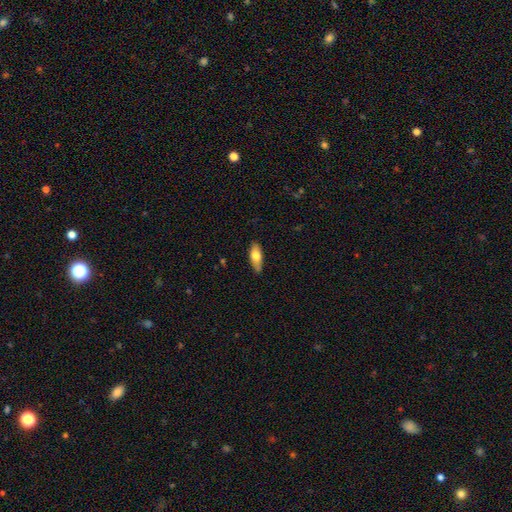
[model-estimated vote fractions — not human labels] smooth-or-featured: smooth: 68% | featured or disk: 26% | star or artifact: 6%
  how-rounded: in between: 66% | cigar-shaped: 32% | round: 3%
  merging: none: 82% | minor disturbance: 15% | major disturbance: 2% | merger: 1%